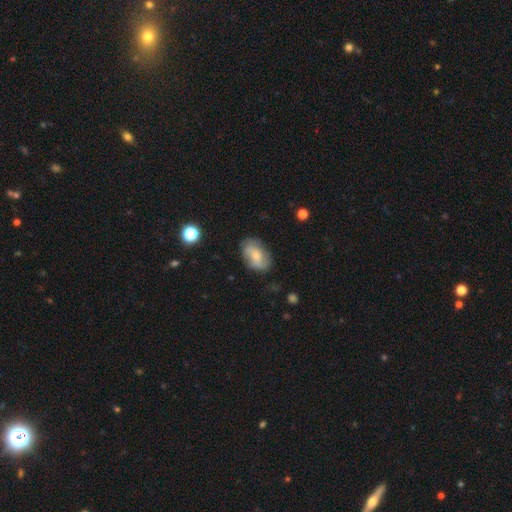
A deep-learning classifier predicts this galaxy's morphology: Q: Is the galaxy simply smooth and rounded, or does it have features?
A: smooth — 51%.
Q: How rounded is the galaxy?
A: in between — 83%.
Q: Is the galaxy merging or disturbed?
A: none — 75%.